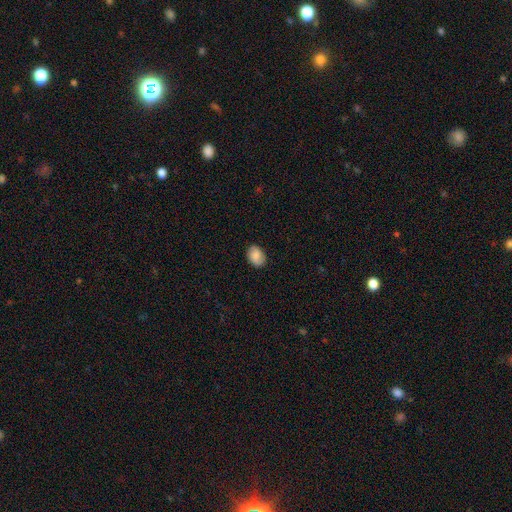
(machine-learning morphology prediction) Smooth or featured? smooth (84%)
How rounded? in between (72%)
Merging? none (85%)